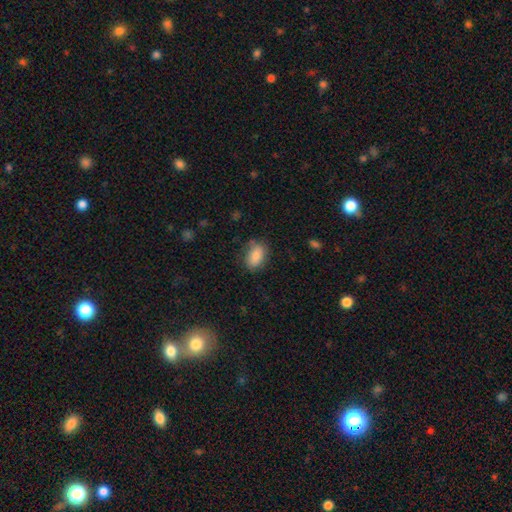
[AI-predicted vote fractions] Overall: smooth (81%). How rounded: in between (86%). Merging: none (73%).